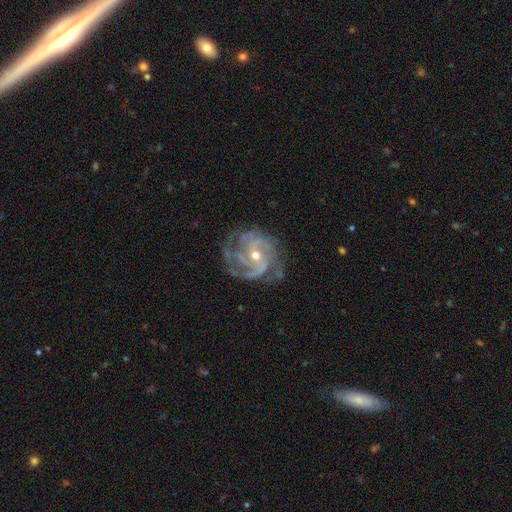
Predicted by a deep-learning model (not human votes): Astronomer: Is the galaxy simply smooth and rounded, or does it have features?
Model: featured or disk — 90%.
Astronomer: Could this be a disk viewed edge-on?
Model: no — 98%.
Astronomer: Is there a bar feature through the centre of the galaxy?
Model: no — 46% (runner-up: weak, 40%).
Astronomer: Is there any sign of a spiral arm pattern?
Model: yes — 97%.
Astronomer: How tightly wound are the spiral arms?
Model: tight — 53% (runner-up: medium, 39%).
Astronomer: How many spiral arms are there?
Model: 3 — 36% (runner-up: 2, 23%).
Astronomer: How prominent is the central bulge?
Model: moderate — 56% (runner-up: small, 40%).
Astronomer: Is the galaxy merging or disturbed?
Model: none — 69%.